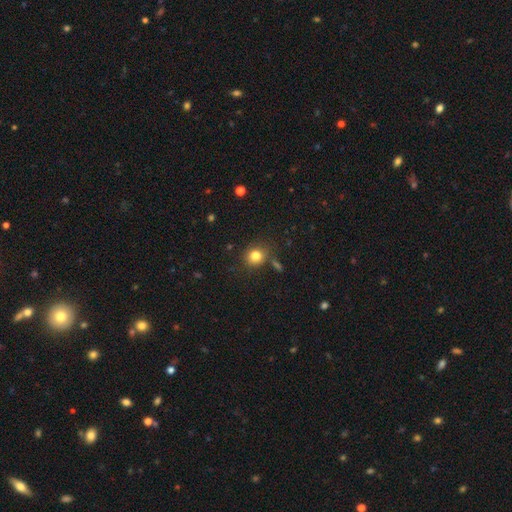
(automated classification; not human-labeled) A smooth galaxy with no disk features (82%) that is round (75%). Merging: none (76%).